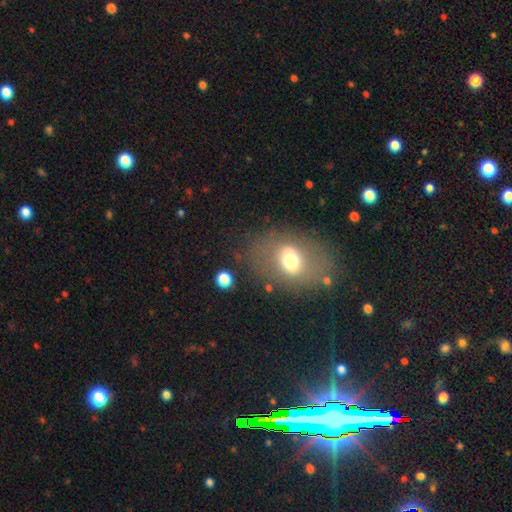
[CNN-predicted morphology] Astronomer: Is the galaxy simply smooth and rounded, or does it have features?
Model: smooth — 52%.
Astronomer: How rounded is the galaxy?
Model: in between — 69%.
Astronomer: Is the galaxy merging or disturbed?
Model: none — 77%.